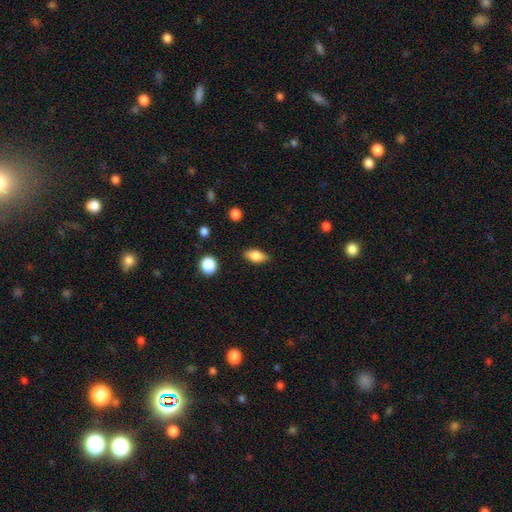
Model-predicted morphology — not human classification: Smooth or featured?
  - smooth: 75% *
  - featured or disk: 17%
  - star or artifact: 8%
How rounded?
  - in between: 84% *
  - cigar-shaped: 9%
  - round: 7%
Merging?
  - none: 83% *
  - minor disturbance: 12%
  - major disturbance: 3%
  - merger: 2%